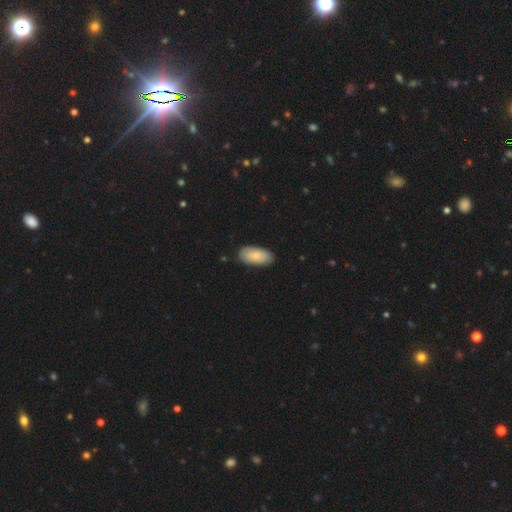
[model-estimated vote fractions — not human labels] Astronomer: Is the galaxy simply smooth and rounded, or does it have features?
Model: smooth — 82%.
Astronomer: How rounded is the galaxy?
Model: in between — 93%.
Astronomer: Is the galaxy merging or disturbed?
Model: none — 83%.